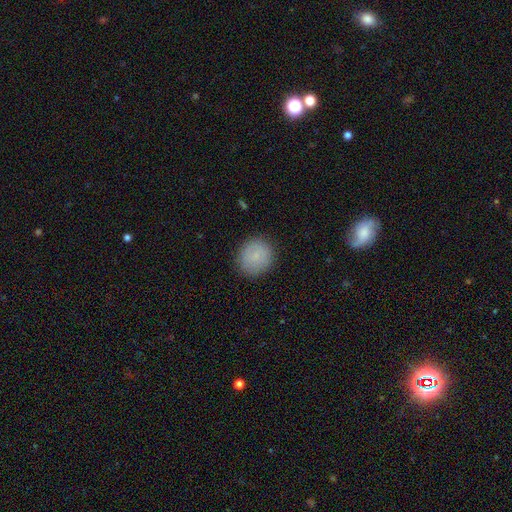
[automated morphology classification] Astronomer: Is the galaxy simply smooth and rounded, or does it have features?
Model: smooth — 81%.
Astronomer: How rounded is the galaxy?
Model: round — 85%.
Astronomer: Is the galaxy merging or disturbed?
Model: none — 86%.